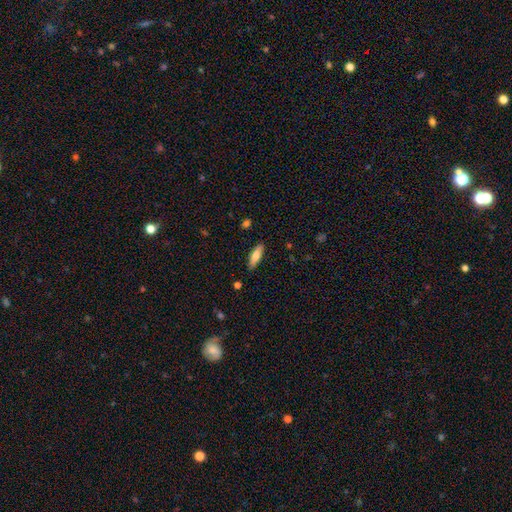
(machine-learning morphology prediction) Q: Smooth or featured?
A: smooth (66%); runner-up: featured or disk (28%)
Q: How rounded?
A: cigar-shaped (55%); runner-up: in between (43%)
Q: Merging?
A: none (89%); runner-up: minor disturbance (8%)